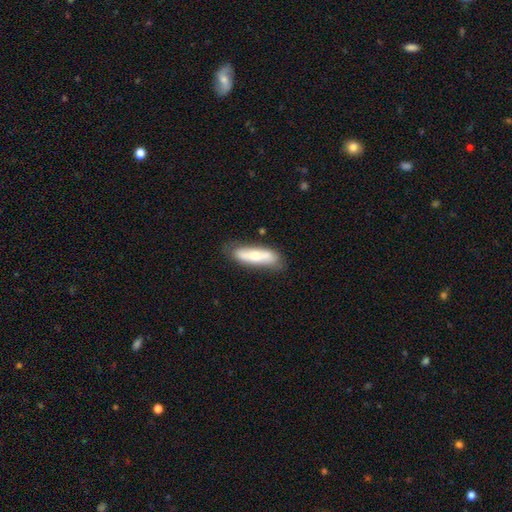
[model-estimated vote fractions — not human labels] Morphology: type=smooth (58%); roundness=cigar-shaped (60%); merging=none (70%).